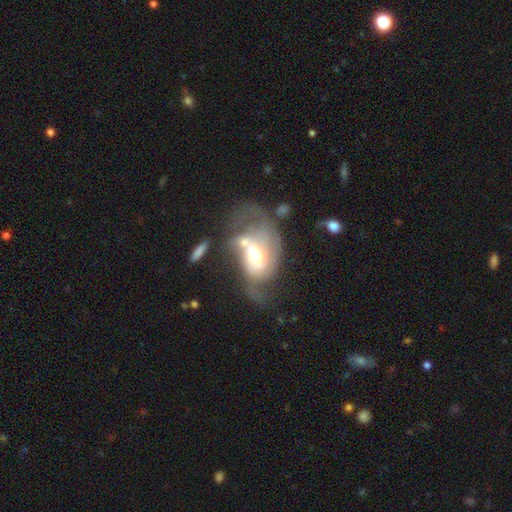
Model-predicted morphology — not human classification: type=featured or disk (65%); edge-on=no (95%); bar=no (53%); spiral arms=yes (68%); bulge=moderate (63%); merging=major disturbance (38%).